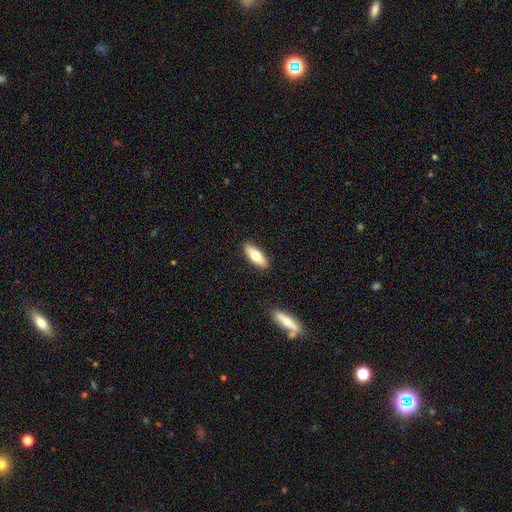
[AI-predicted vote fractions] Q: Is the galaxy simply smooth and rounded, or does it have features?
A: smooth — 70%.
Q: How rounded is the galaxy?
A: in between — 66%.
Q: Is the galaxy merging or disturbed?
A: none — 89%.